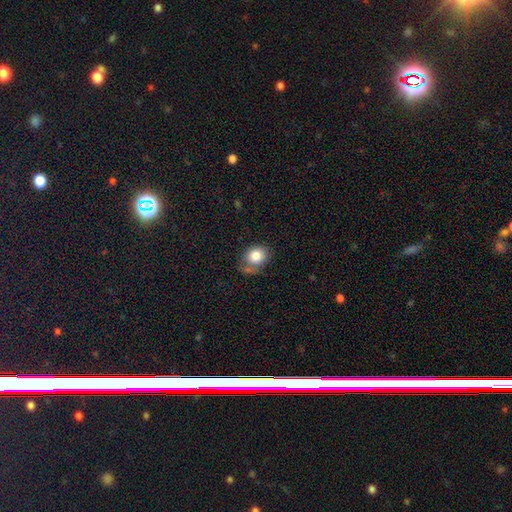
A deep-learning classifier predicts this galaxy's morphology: Overall: smooth (81%). How rounded: round (53%; in between 46%). Merging: none (53%; minor disturbance 26%).